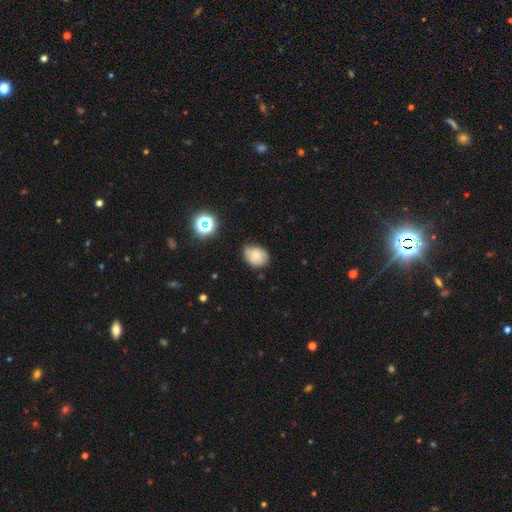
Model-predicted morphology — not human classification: A smooth galaxy with no disk features (59%) that is in between round and cigar-shaped (60%).

Vote fractions:
- Smooth or featured? smooth: 59% / featured or disk: 29% / star or artifact: 12%
- How rounded? in between: 60% / round: 39% / cigar-shaped: 1%
- Merging? none: 71% / minor disturbance: 23% / major disturbance: 4% / merger: 2%